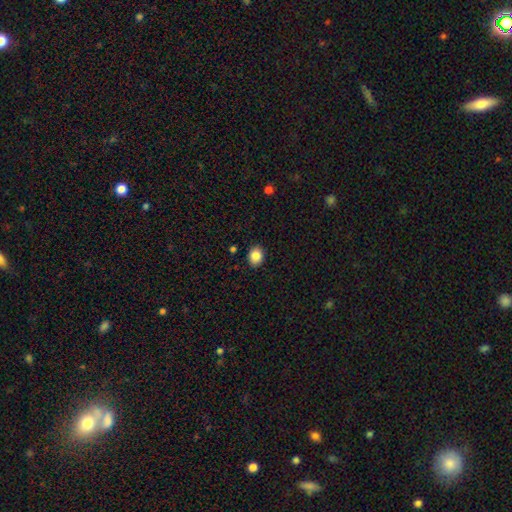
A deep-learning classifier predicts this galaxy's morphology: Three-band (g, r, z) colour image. It shows a smooth galaxy with no disk features (85%) that is in between round and cigar-shaped (57%). Merging: none (89%).